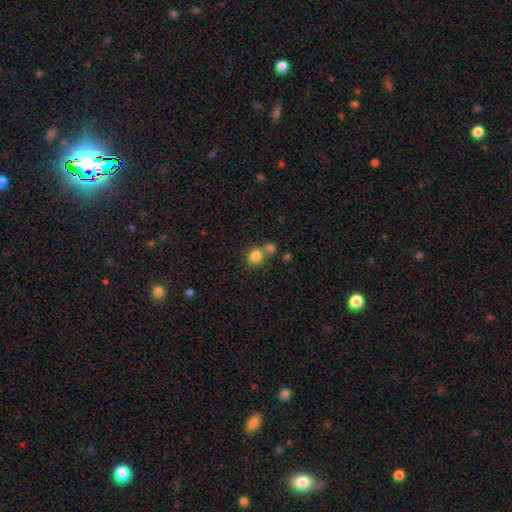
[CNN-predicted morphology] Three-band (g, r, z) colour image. It shows a smooth galaxy with no disk features (84%) that is round (83%). Merging: none (59%).